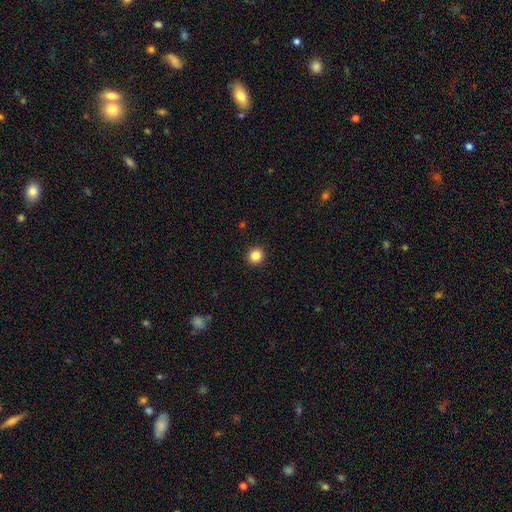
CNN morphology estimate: A smooth galaxy with no disk features (84%) that is round (92%).

Vote fractions:
- Smooth or featured? smooth: 84% / star or artifact: 12% / featured or disk: 4%
- How rounded? round: 92% / in between: 8% / cigar-shaped: 1%
- Merging? none: 93% / minor disturbance: 5% / major disturbance: 2% / merger: 1%